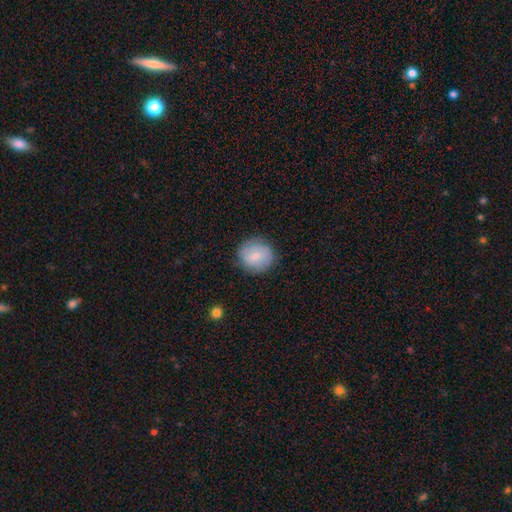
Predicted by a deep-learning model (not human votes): smooth 76%, featured or disk 17%, star or artifact 7%. Down the decision tree: how rounded — round (87%); merging — none (84%).